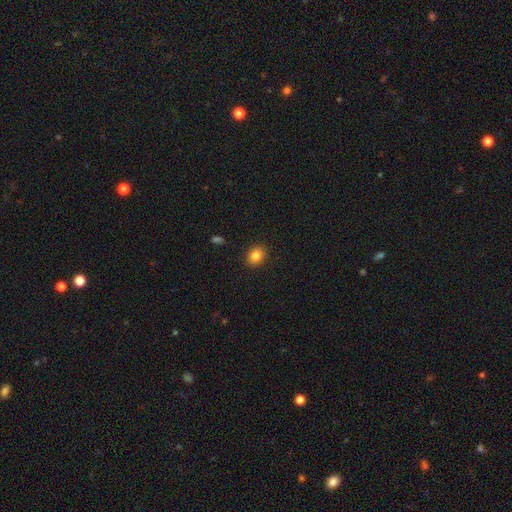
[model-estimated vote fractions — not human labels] A smooth galaxy with no disk features (83%) that is round (53%).

Vote fractions:
- Smooth or featured? smooth: 83% / star or artifact: 10% / featured or disk: 6%
- How rounded? round: 53% / in between: 46% / cigar-shaped: 1%
- Merging? none: 90% / minor disturbance: 7% / major disturbance: 2% / merger: 1%